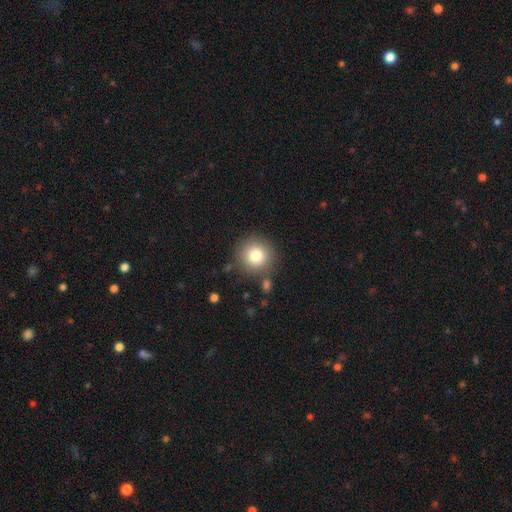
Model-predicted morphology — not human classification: A smooth galaxy with no disk features (81%) that is round (94%).

Vote fractions:
- Smooth or featured? smooth: 81% / star or artifact: 10% / featured or disk: 9%
- How rounded? round: 94% / in between: 5% / cigar-shaped: 1%
- Merging? none: 82% / minor disturbance: 9% / merger: 5% / major disturbance: 3%